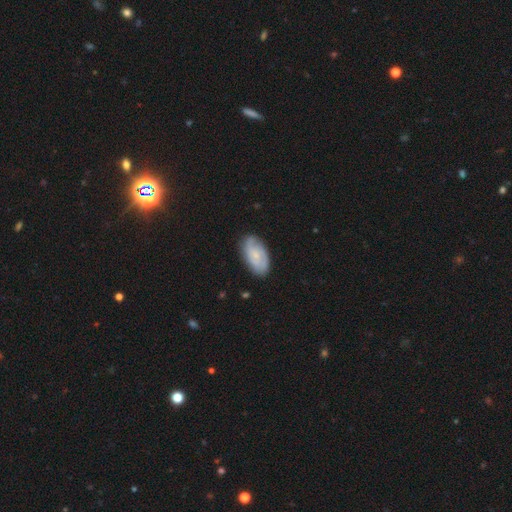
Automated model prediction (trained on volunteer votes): smooth-or-featured: featured or disk: 50% | smooth: 43% | star or artifact: 6%
  disk-edge-on: no: 94% | yes: 6%
  merging: none: 78% | minor disturbance: 17% | major disturbance: 3% | merger: 1%